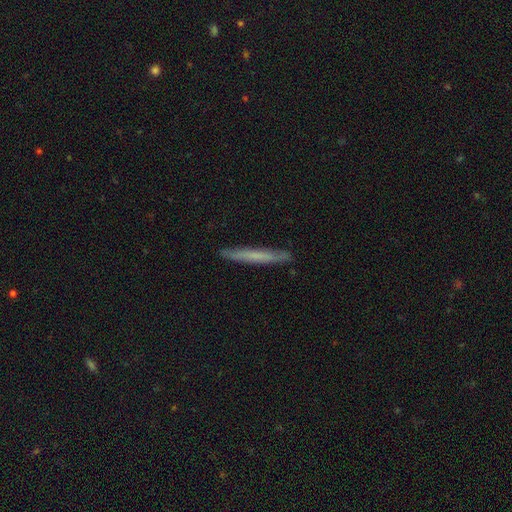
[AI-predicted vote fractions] smooth_or_featured: smooth (p=0.57) [alt: featured or disk p=0.36]
how_rounded: cigar-shaped (p=0.97) [alt: in between p=0.02]
merging: none (p=0.90) [alt: minor disturbance p=0.08]